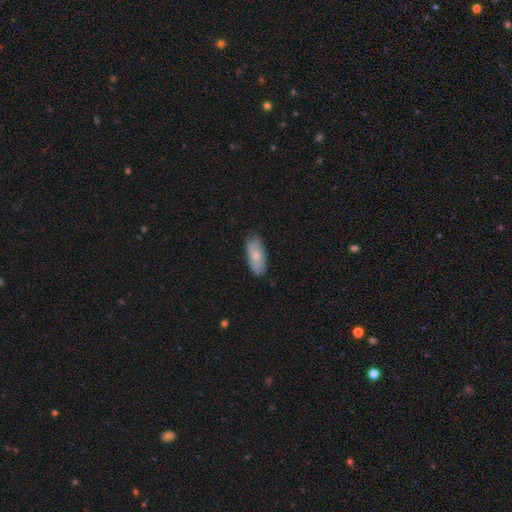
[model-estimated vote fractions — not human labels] The model was most divided on "merging": none: 78%, minor disturbance: 18%, major disturbance: 3%, merger: 1%. More confident: how rounded — in between (81%); smooth or featured — smooth (79%).